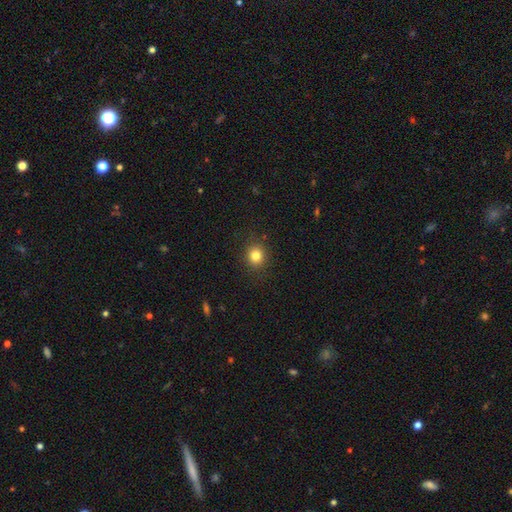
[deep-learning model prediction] Morphology: type=smooth (82%); roundness=round (83%); merging=none (89%).